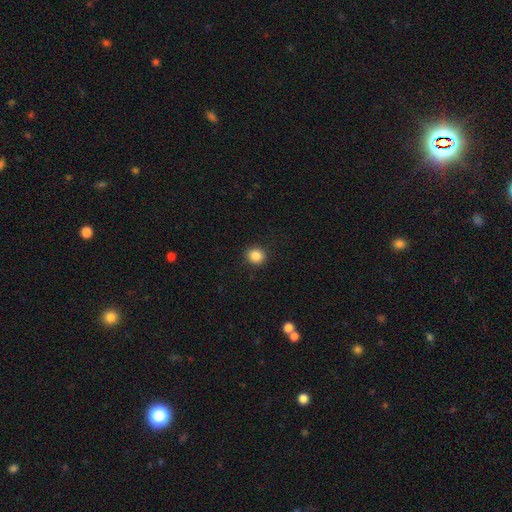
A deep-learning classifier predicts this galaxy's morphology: type=smooth (86%); roundness=round (87%); merging=none (91%).